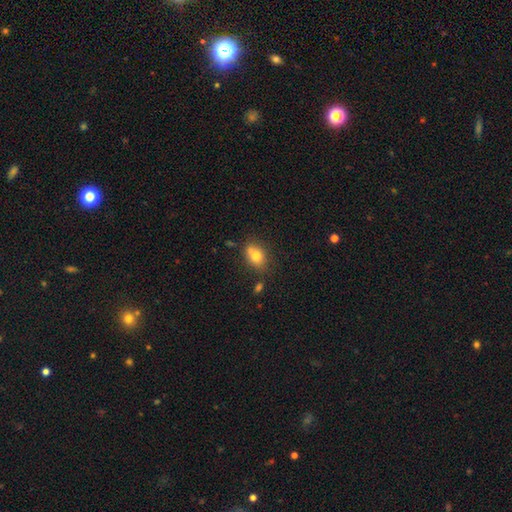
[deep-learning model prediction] smooth 77%, featured or disk 13%, star or artifact 10%. Down the decision tree: how rounded — in between (66%); merging — none (59%).